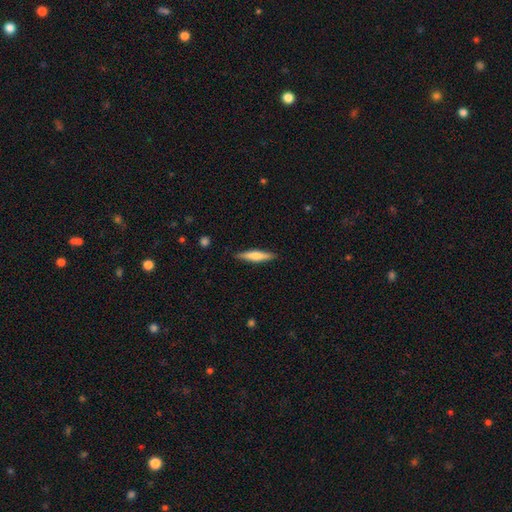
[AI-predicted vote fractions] Smooth or featured: smooth — 60% (featured or disk — 34%)
How rounded: cigar-shaped — 88% (in between — 11%)
Merging: none — 89% (minor disturbance — 8%)